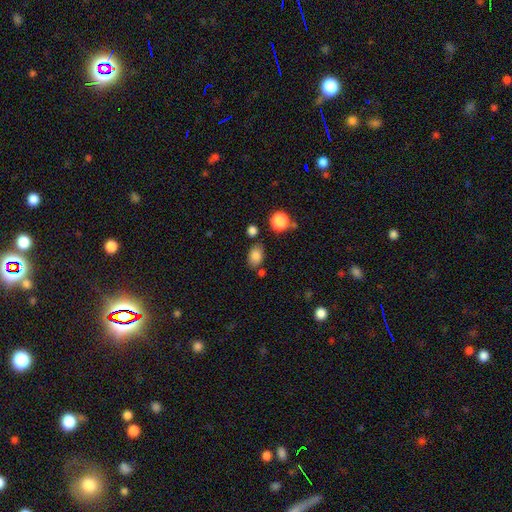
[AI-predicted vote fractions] This is clearly a smooth galaxy (83%). How rounded: clearly in between (81%). Merging: likely none (74%).